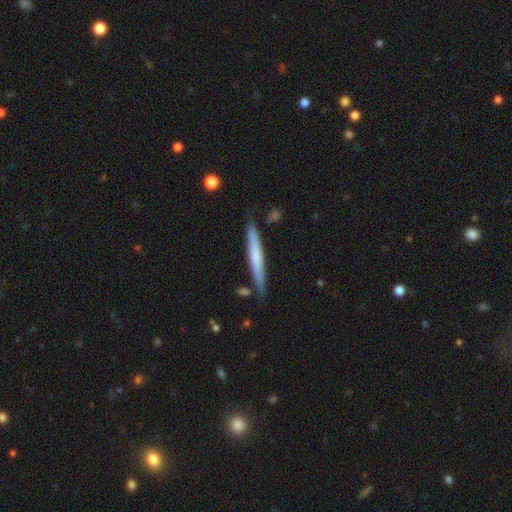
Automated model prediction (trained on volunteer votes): Q: Smooth or featured?
A: smooth (56%); runner-up: featured or disk (38%)
Q: How rounded?
A: cigar-shaped (96%); runner-up: in between (3%)
Q: Merging?
A: none (85%); runner-up: minor disturbance (11%)